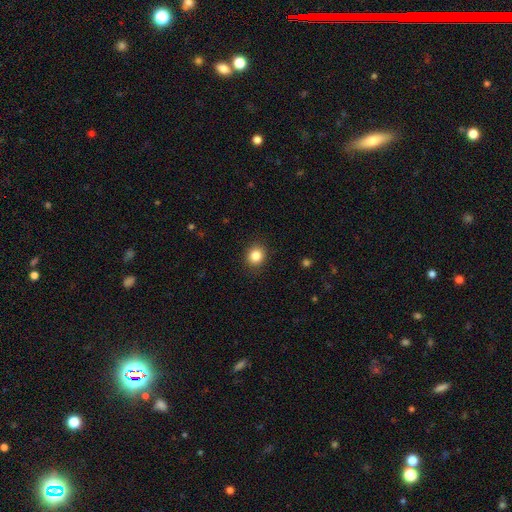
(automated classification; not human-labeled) smooth_or_featured: smooth (p=0.84) [alt: star or artifact p=0.10]
how_rounded: round (p=0.80) [alt: in between p=0.19]
merging: none (p=0.89) [alt: minor disturbance p=0.08]